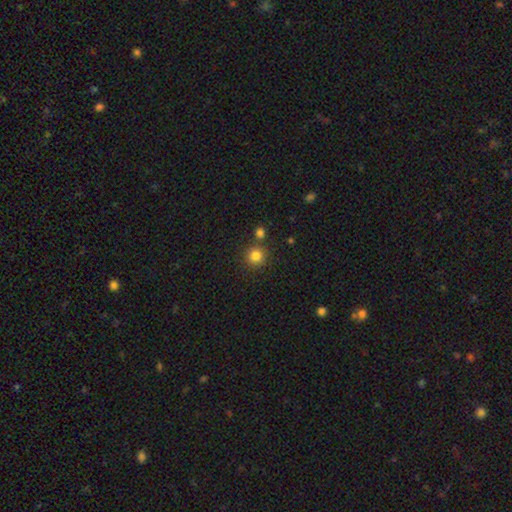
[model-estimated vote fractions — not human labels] Smooth or featured? smooth (83%)
How rounded? round (93%)
Merging? none (79%)